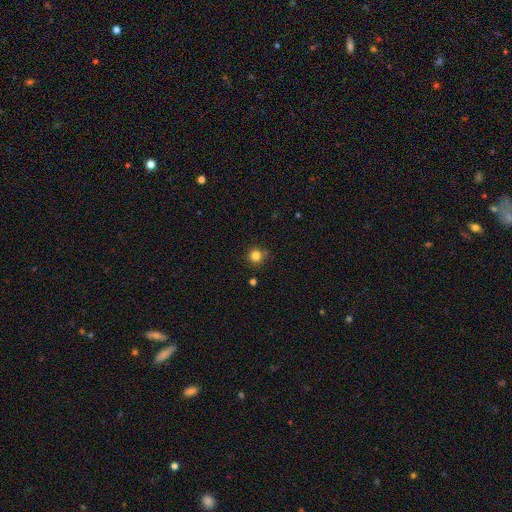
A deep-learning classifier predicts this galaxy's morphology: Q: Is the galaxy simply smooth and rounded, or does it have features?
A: smooth — 82%.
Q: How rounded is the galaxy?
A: round — 94%.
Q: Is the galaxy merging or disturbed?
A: none — 83%.